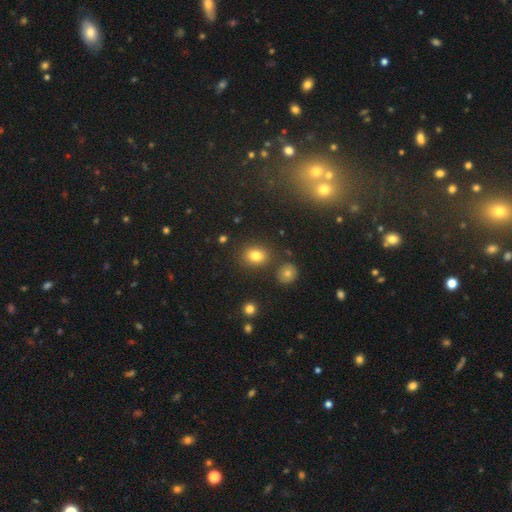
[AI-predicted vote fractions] The model was most divided on "how rounded" (2-way tie): round: 49%, in between: 49%, cigar-shaped: 1%. More confident: merging — none (82%); smooth or featured — smooth (80%).